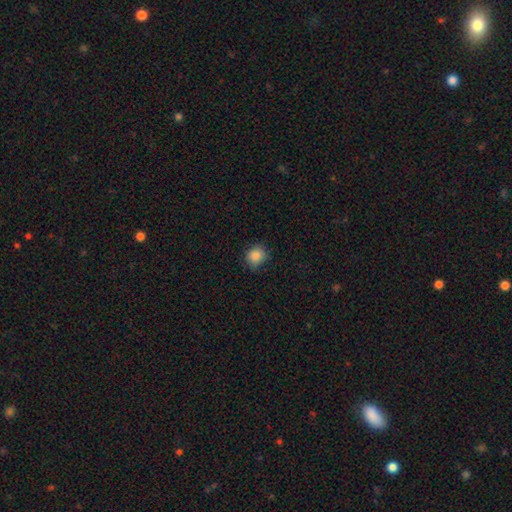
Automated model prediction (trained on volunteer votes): Smooth or featured?
  - smooth: 87% *
  - star or artifact: 10%
  - featured or disk: 3%
How rounded?
  - round: 79% *
  - in between: 21%
  - cigar-shaped: 1%
Merging?
  - none: 79% *
  - minor disturbance: 16%
  - major disturbance: 3%
  - merger: 1%